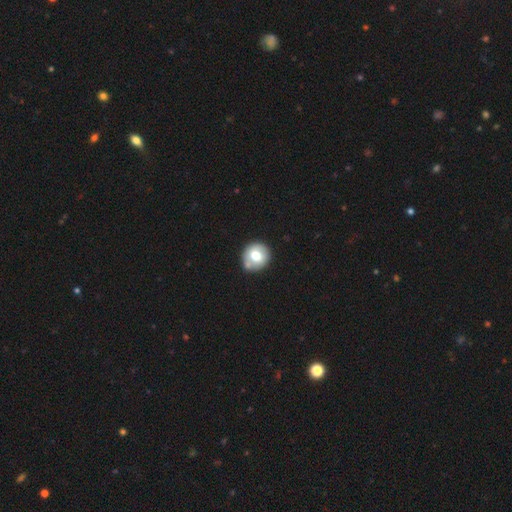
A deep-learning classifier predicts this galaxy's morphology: smooth_or_featured: smooth (p=0.68) [alt: featured or disk p=0.24]
how_rounded: round (p=0.88) [alt: in between p=0.11]
merging: none (p=0.68) [alt: minor disturbance p=0.15]